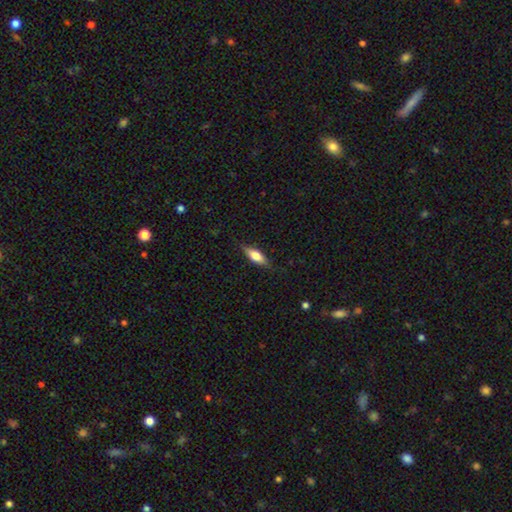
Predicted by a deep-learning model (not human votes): Overall: smooth (61%; featured or disk 33%). How rounded: in between (58%; cigar-shaped 39%). Merging: none (83%).